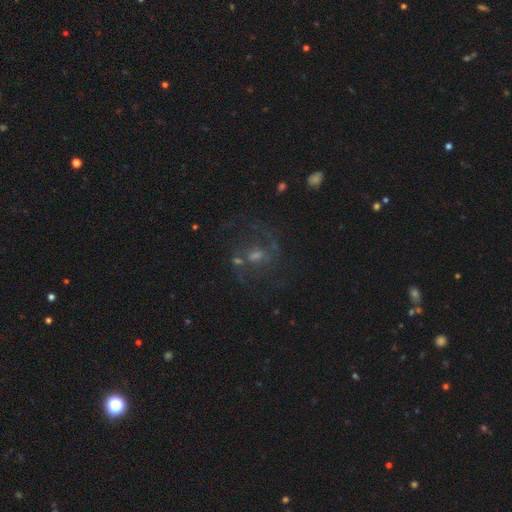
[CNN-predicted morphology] The model was most divided on "bar": no: 46%, weak: 43%, strong: 11%. Remaining: edge-on disk — no (97%); spiral arms — yes (77%); smooth or featured — featured or disk (64%); merging — none (58%); bulge size — moderate (43%).